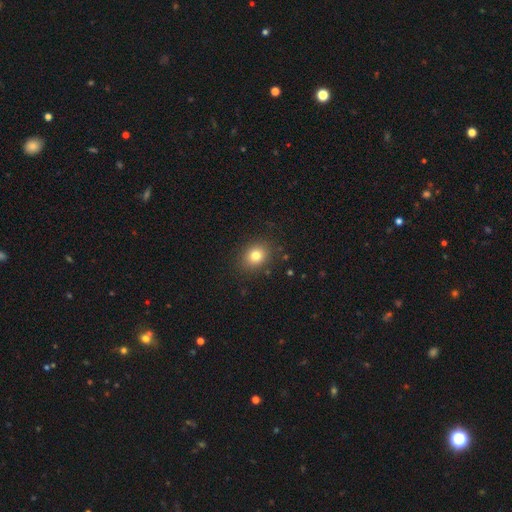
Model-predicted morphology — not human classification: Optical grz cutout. It shows a smooth galaxy with no disk features (79%) that is round (58%). Merging: none (87%).